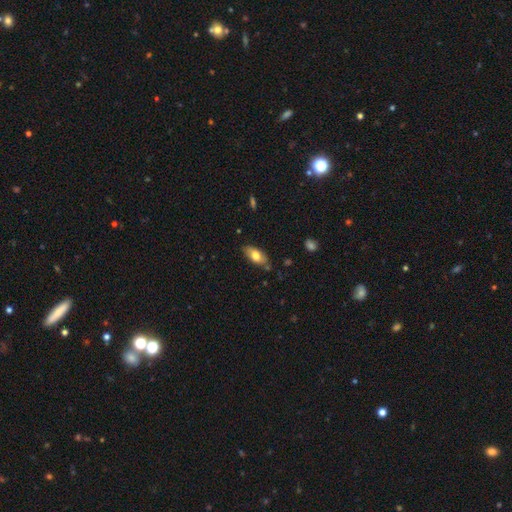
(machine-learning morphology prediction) The model was most divided on "smooth or featured": smooth: 71%, featured or disk: 22%, star or artifact: 7%. More confident: how rounded — in between (88%); merging — none (73%).